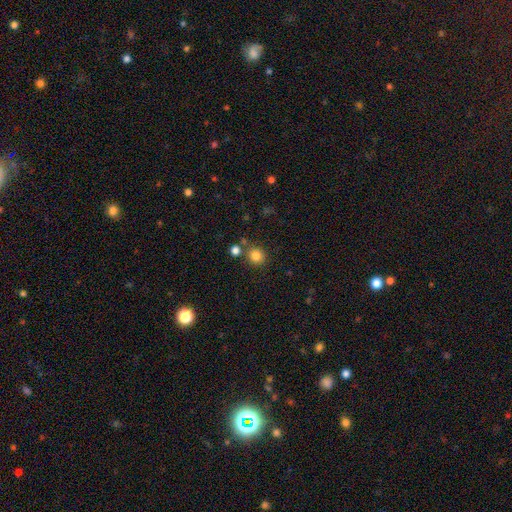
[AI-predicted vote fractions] Smooth or featured? smooth (83%)
How rounded? round (90%)
Merging? none (77%)